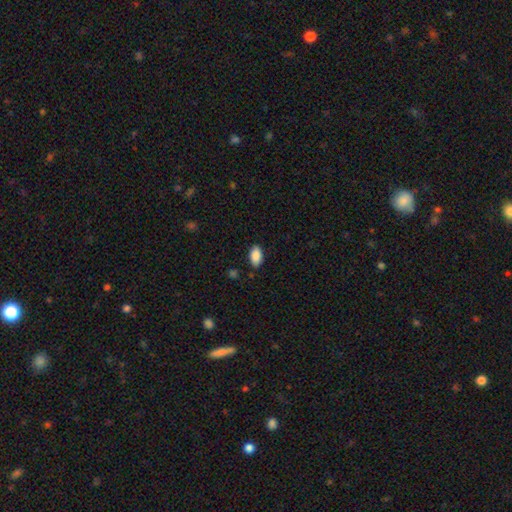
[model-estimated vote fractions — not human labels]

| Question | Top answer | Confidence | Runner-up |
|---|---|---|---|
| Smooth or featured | smooth | 89% | star or artifact (7%) |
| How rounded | in between | 93% | round (4%) |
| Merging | none | 86% | minor disturbance (10%) |